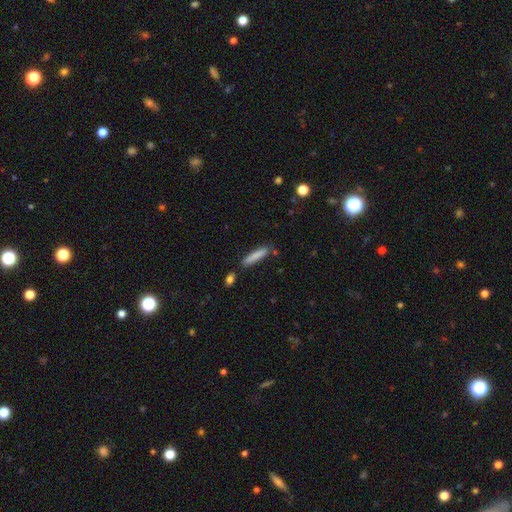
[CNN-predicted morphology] The model was most divided on "merging": none: 81%, minor disturbance: 12%, merger: 5%, major disturbance: 2%. More confident: how rounded — cigar-shaped (89%); smooth or featured — smooth (82%).